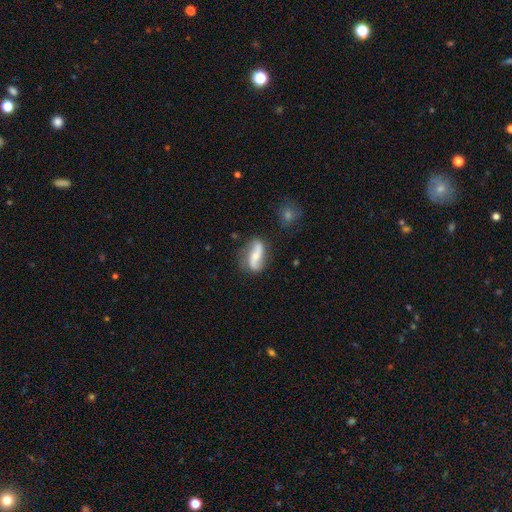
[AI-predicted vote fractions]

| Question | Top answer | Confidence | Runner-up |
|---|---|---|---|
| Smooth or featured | featured or disk | 71% | smooth (22%) |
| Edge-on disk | no | 92% | yes (8%) |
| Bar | no | 42% | strong (31%) |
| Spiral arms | yes | 91% | no (9%) |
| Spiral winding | loose | 77% | medium (16%) |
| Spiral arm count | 2 | 91% | can't tell (3%) |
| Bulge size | moderate | 46% | small (43%) |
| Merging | none | 73% | minor disturbance (17%) |